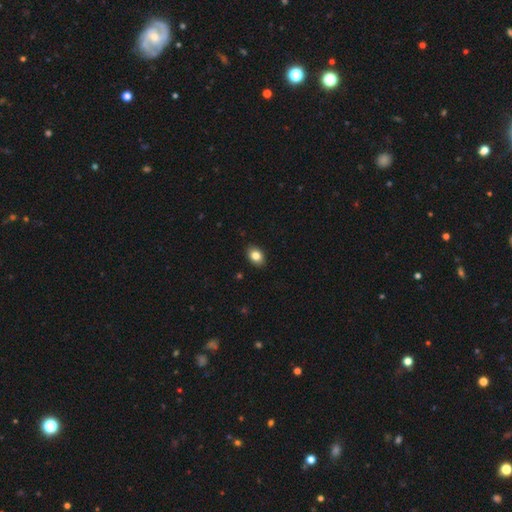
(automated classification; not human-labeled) Smooth or featured? Predicted: smooth (p=0.83). How rounded? Predicted: in between (p=0.76). Merging? Predicted: none (p=0.89).